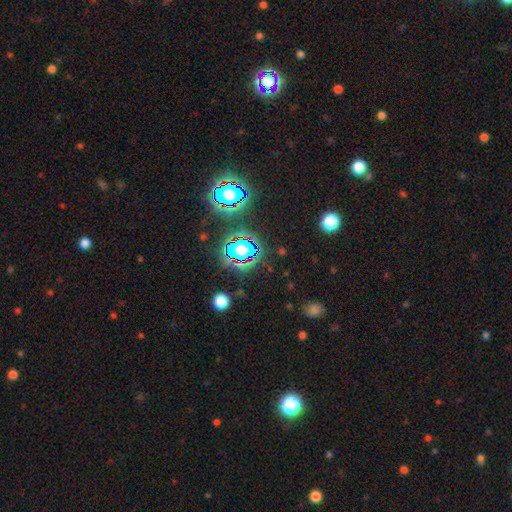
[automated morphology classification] A star or artifact, not a galaxy (80%).

Vote fractions:
- Smooth or featured? star or artifact: 80% / smooth: 12% / featured or disk: 8%